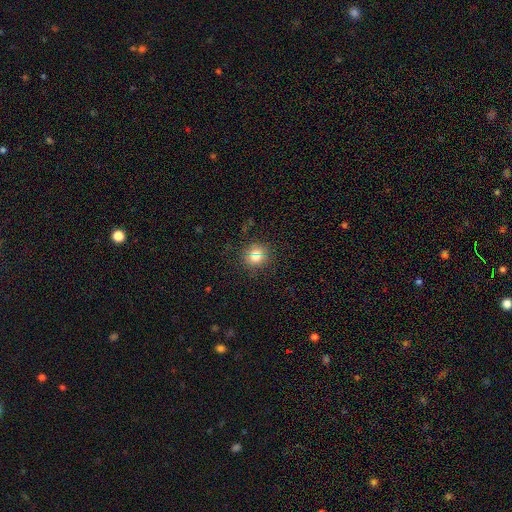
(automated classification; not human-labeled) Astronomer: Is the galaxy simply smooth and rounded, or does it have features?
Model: smooth — 70%.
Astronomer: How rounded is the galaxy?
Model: round — 88%.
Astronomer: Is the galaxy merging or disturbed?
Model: none — 86%.